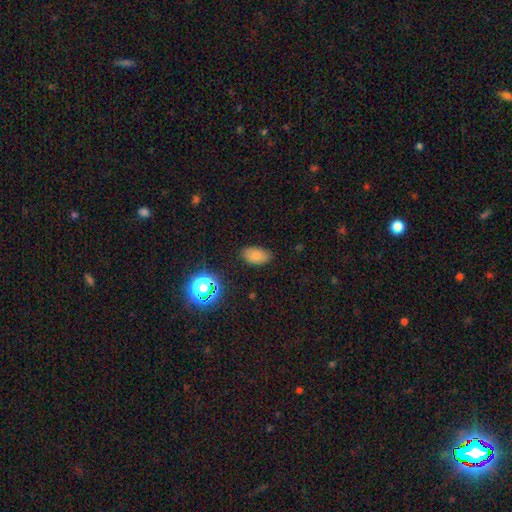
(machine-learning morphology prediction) Overall: smooth (78%). How rounded: in between (90%). Merging: none (83%).